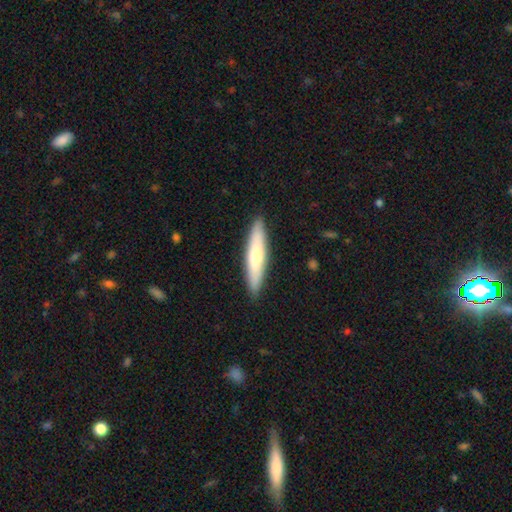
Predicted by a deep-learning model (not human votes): A smooth galaxy with no disk features (57%) that is cigar-shaped (87%). Merging: none (91%).